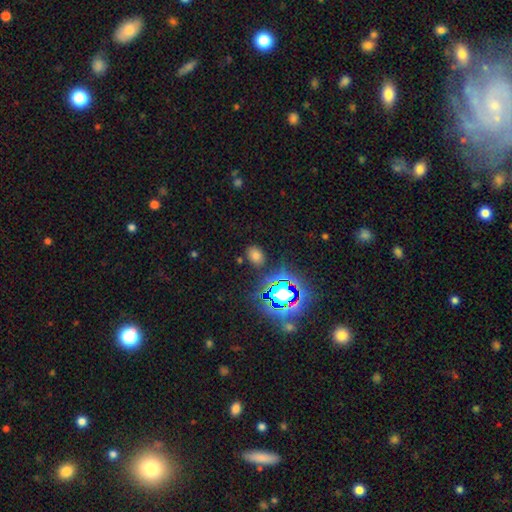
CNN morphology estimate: This appears to be a smooth galaxy with no disk features (62%) that is in between round and cigar-shaped (70%). Merging: none (83%).